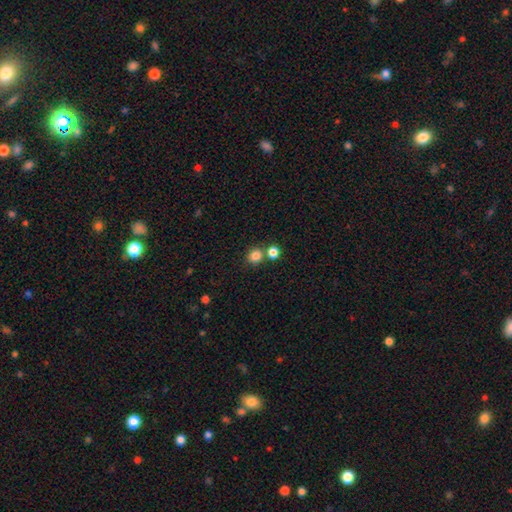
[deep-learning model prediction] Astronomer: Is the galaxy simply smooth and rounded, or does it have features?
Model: smooth — 82%.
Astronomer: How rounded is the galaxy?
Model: round — 84%.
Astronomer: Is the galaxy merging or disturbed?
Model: none — 67%.